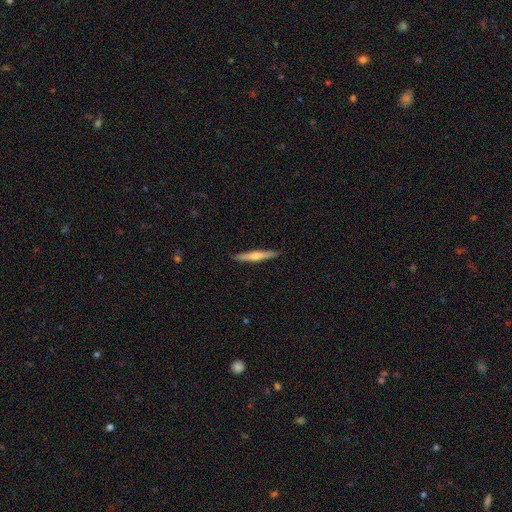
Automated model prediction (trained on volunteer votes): This appears to be a featured or disk galaxy (56%) viewed edge-on (97%) with a rounded central bulge (83%). Merging: none (91%).